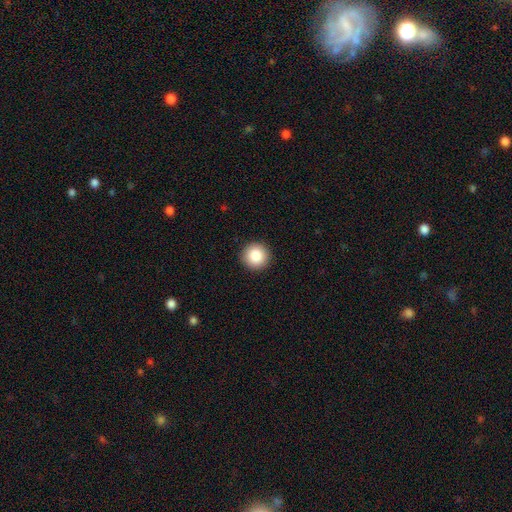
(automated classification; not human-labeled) This appears to be a smooth galaxy with no disk features (86%) that is round (96%). Merging: none (93%).